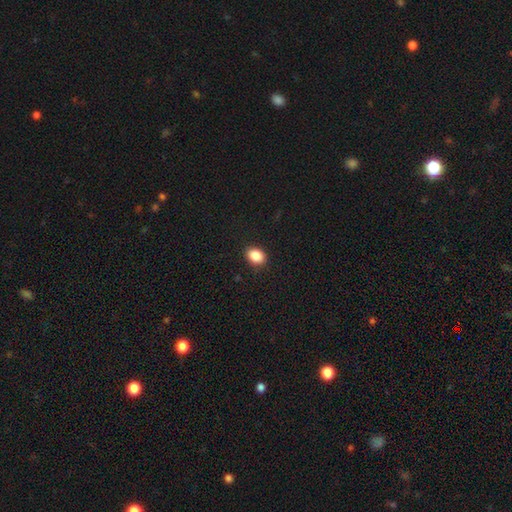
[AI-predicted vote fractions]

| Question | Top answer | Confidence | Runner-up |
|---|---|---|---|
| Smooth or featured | smooth | 87% | star or artifact (9%) |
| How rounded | in between | 67% | round (32%) |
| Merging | none | 90% | minor disturbance (7%) |